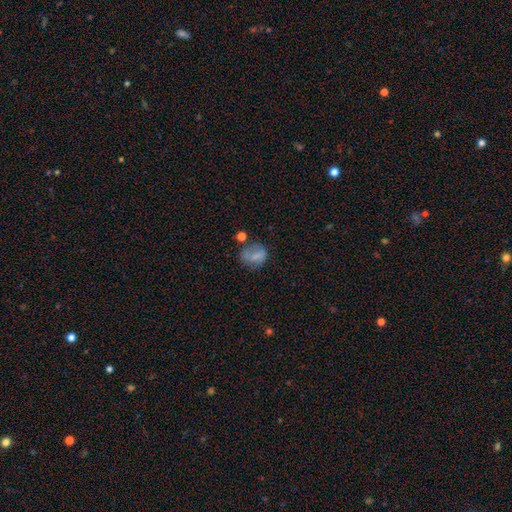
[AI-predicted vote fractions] Smooth or featured? smooth (67%)
How rounded? round (54%)
Merging? none (47%)